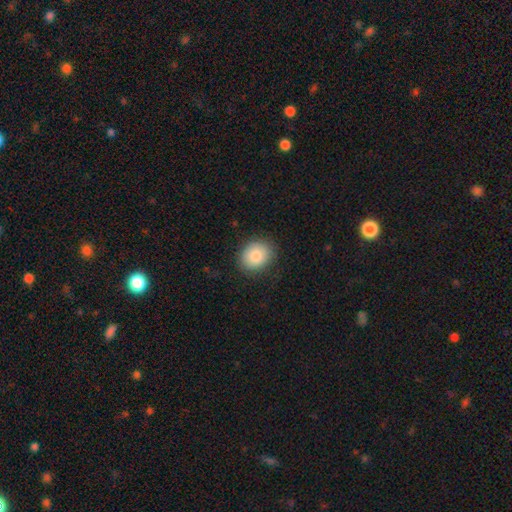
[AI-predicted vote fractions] Smooth or featured? smooth (85%)
How rounded? round (61%)
Merging? none (85%)